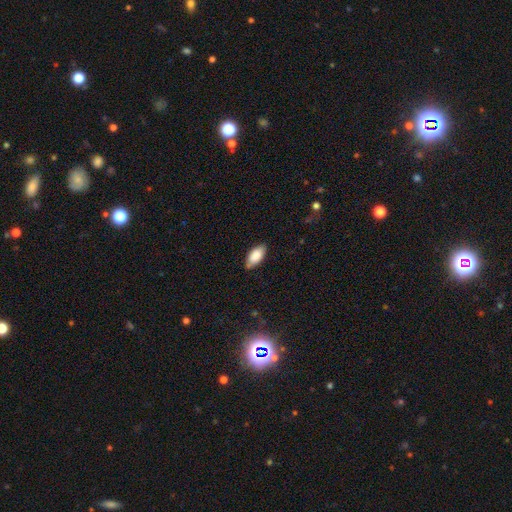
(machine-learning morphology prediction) A smooth galaxy with no disk features (85%) that is in between round and cigar-shaped (91%).

Vote fractions:
- Smooth or featured? smooth: 85% / featured or disk: 9% / star or artifact: 6%
- How rounded? in between: 91% / cigar-shaped: 7% / round: 2%
- Merging? none: 77% / minor disturbance: 18% / major disturbance: 3% / merger: 1%